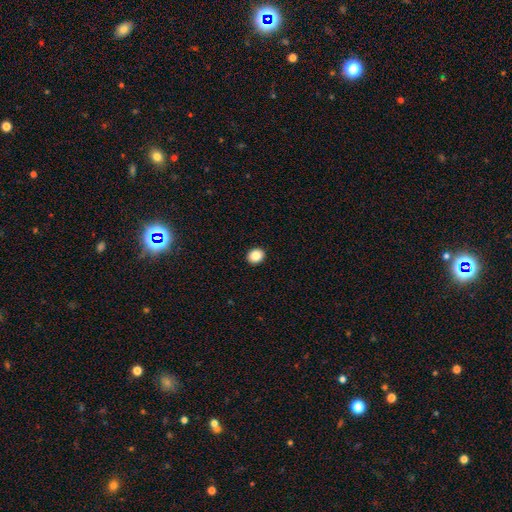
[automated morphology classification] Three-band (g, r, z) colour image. It shows a smooth galaxy with no disk features (86%) that is round (64%). Merging: none (93%).